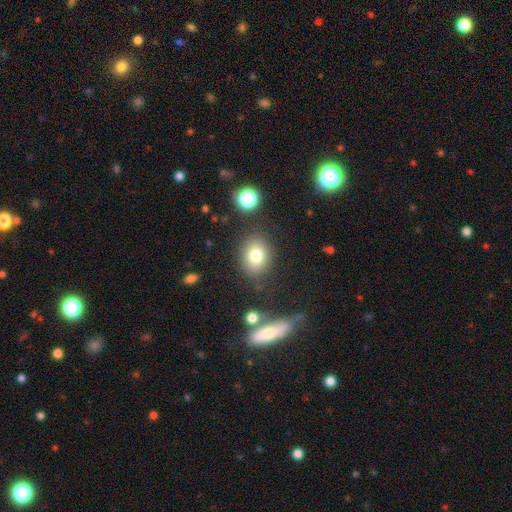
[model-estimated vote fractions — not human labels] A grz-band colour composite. It shows a smooth galaxy with no disk features (78%) that is round (53%). Merging: none (81%).